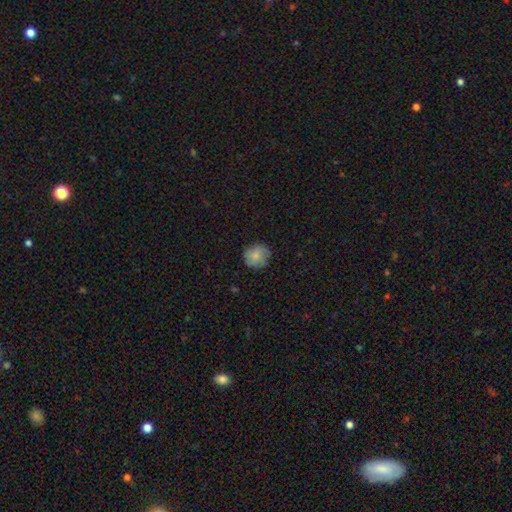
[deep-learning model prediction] Overall: smooth (73%). How rounded: round (87%). Merging: none (78%).